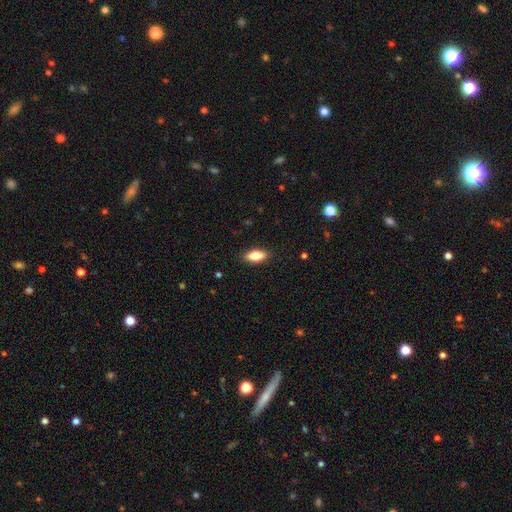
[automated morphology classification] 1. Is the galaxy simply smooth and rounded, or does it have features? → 76% smooth, 17% featured or disk, 7% star or artifact.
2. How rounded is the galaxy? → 82% in between, 15% cigar-shaped, 3% round.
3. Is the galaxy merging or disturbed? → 87% none, 10% minor disturbance, 2% major disturbance, 1% merger.